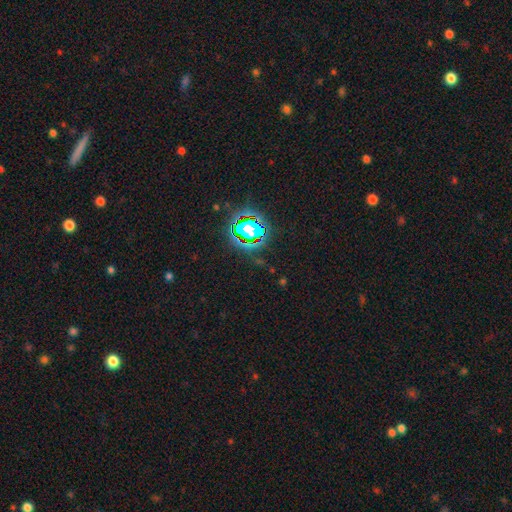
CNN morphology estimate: Smooth or featured? Predicted: star or artifact (p=0.83).